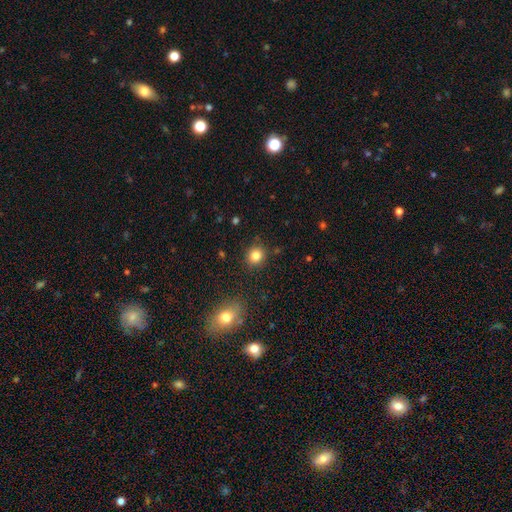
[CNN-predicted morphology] Smooth or featured? Predicted: smooth (p=0.83). How rounded? Predicted: round (p=0.83). Merging? Predicted: none (p=0.88).